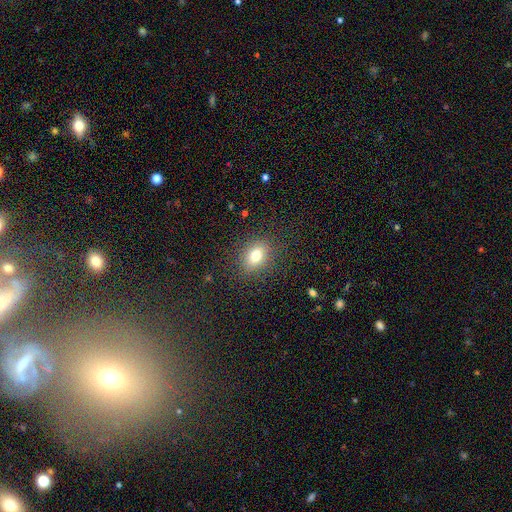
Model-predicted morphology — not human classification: A smooth galaxy with no disk features (77%) that is in between round and cigar-shaped (68%).

Vote fractions:
- Smooth or featured? smooth: 77% / star or artifact: 12% / featured or disk: 11%
- How rounded? in between: 68% / round: 29% / cigar-shaped: 2%
- Merging? none: 85% / minor disturbance: 10% / major disturbance: 4% / merger: 1%